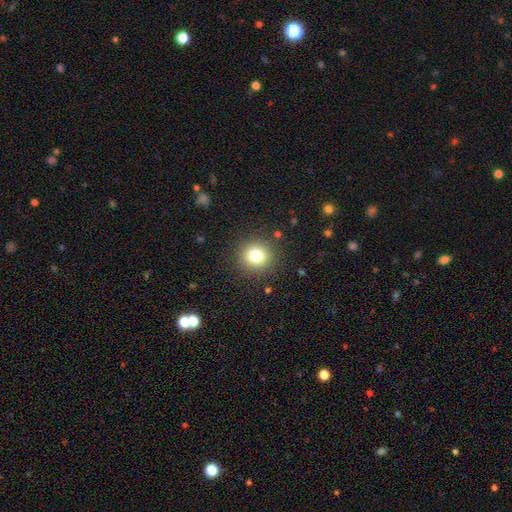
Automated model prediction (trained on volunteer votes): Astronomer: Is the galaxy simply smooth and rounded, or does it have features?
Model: smooth — 79%.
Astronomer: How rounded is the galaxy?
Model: round — 92%.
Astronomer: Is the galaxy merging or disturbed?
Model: none — 90%.